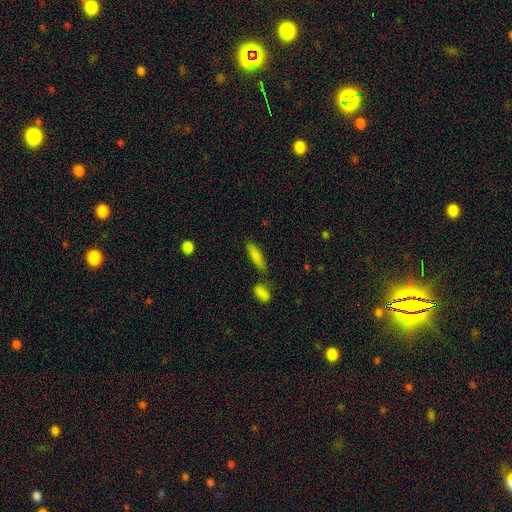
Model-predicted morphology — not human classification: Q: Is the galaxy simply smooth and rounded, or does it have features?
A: smooth — 81%.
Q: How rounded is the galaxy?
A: cigar-shaped — 68%.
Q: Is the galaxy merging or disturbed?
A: none — 69%.